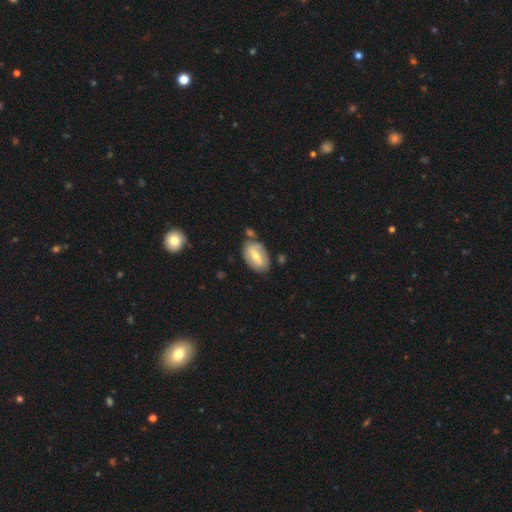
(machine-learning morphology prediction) Q: Smooth or featured?
A: smooth (52%); runner-up: featured or disk (41%)
Q: How rounded?
A: in between (90%); runner-up: round (7%)
Q: Merging?
A: none (72%); runner-up: minor disturbance (16%)